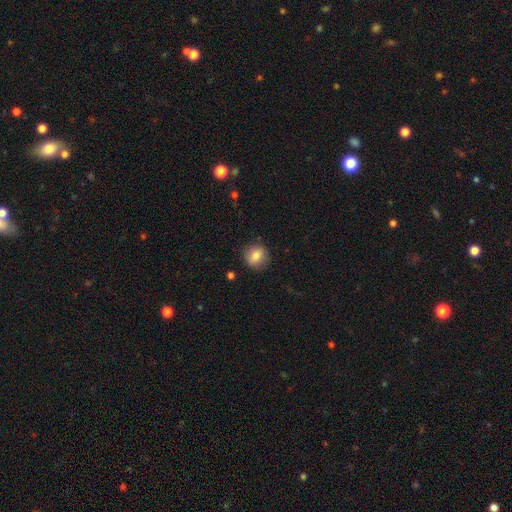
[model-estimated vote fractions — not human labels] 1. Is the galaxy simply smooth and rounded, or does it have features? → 82% smooth, 10% featured or disk, 9% star or artifact.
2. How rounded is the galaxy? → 79% round, 20% in between, 1% cigar-shaped.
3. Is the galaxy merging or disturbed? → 84% none, 11% minor disturbance, 3% major disturbance, 1% merger.